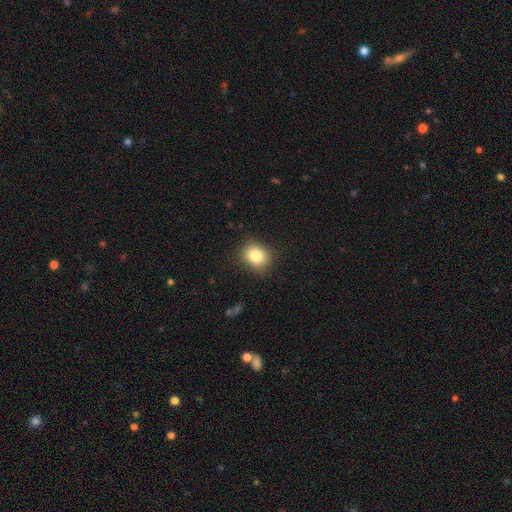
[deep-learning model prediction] This appears to be a smooth galaxy with no disk features (83%) that is round (62%). Merging: none (85%).